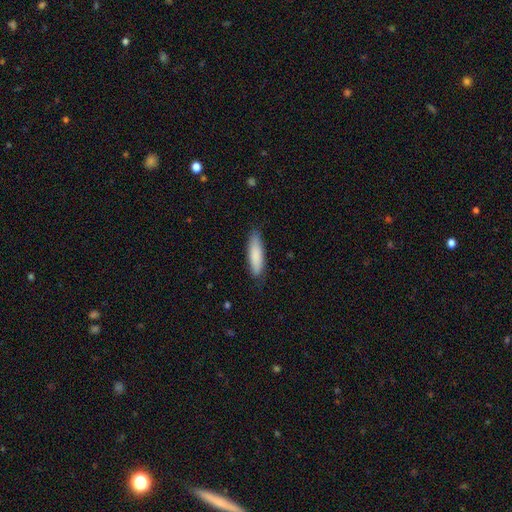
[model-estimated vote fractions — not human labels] This is clearly a smooth galaxy (84%). How rounded: likely cigar-shaped (67%). Merging: clearly none (82%).